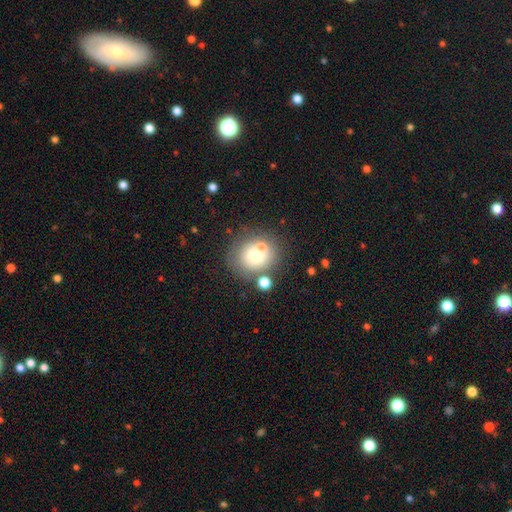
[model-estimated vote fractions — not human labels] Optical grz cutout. It shows a smooth galaxy with no disk features (65%) that is round (84%). Merging: none (58%).